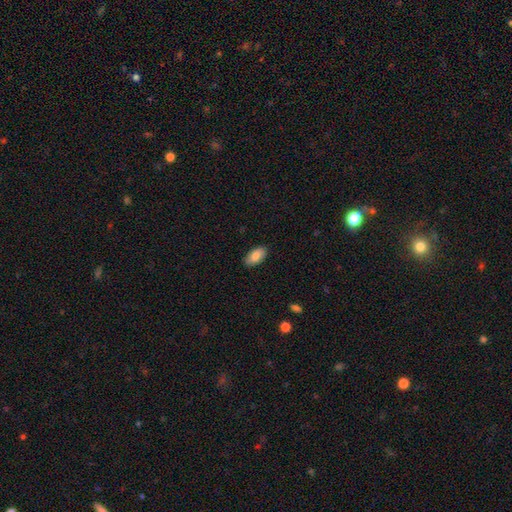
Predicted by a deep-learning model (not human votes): A smooth galaxy with no disk features (83%) that is in between round and cigar-shaped (94%). Merging: none (88%).